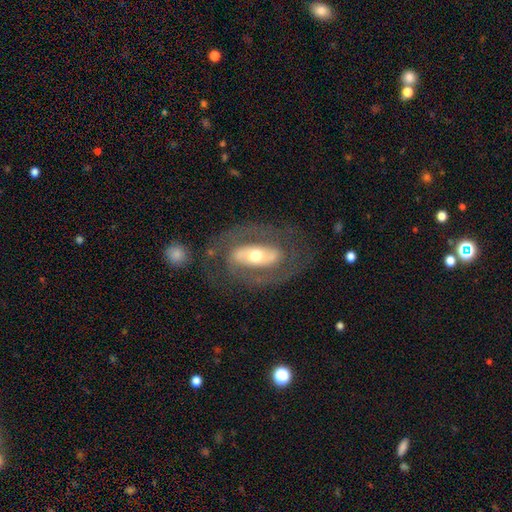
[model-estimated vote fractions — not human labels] This appears to be a featured or disk galaxy (77%) with no bar (39%), 2 (81%) medium (43%) spiral arms (70%) and a moderate central bulge (68%). Merging: none (70%).